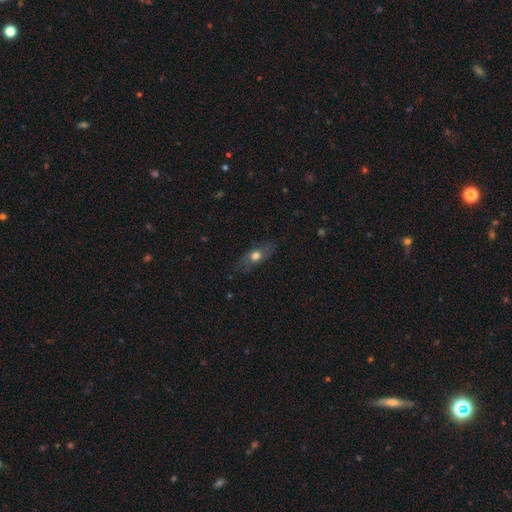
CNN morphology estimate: A smooth galaxy with no disk features (60%) that is in between round and cigar-shaped (68%).

Vote fractions:
- Smooth or featured? smooth: 60% / featured or disk: 32% / star or artifact: 9%
- How rounded? in between: 68% / cigar-shaped: 20% / round: 12%
- Merging? none: 77% / minor disturbance: 17% / major disturbance: 5% / merger: 1%